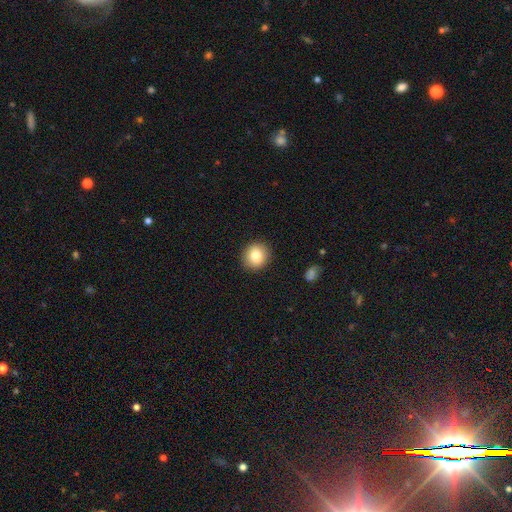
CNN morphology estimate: smooth 82%, star or artifact 9%, featured or disk 9%. Down the decision tree: how rounded — round (86%); merging — none (91%).